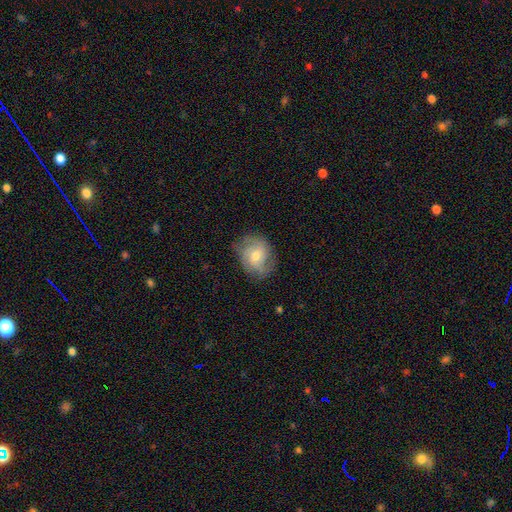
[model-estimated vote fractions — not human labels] Q: Smooth or featured?
A: featured or disk (54%); runner-up: smooth (38%)
Q: Edge-on disk?
A: no (97%); runner-up: yes (3%)
Q: Bar?
A: no (64%); runner-up: weak (30%)
Q: Spiral arms?
A: yes (83%); runner-up: no (17%)
Q: Bulge size?
A: moderate (61%); runner-up: small (32%)
Q: Merging?
A: none (73%); runner-up: minor disturbance (20%)